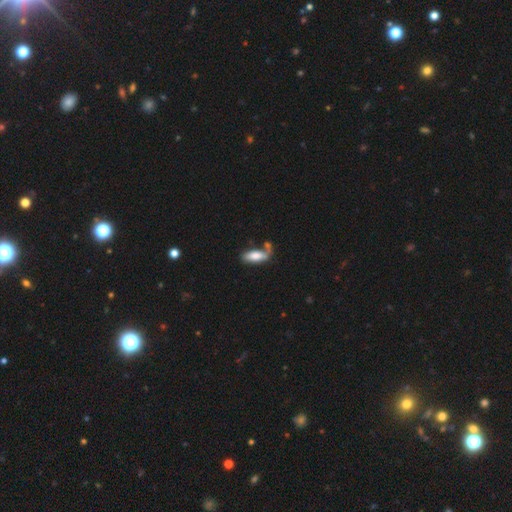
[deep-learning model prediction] This appears to be a smooth galaxy with no disk features (75%) that is in between round and cigar-shaped (73%). Merging: none (44%).